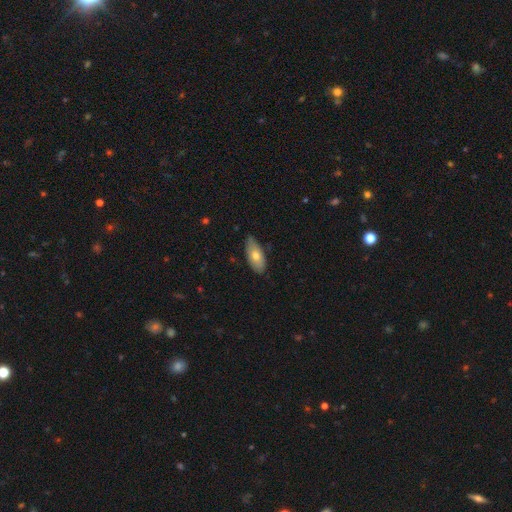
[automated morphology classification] Smooth or featured? smooth (69%)
How rounded? in between (89%)
Merging? none (71%)